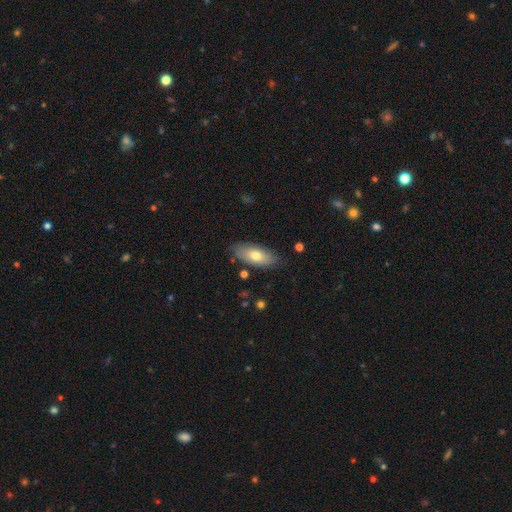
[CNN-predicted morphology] Smooth or featured? Predicted: smooth (p=0.71). How rounded? Predicted: in between (p=0.84). Merging? Predicted: none (p=0.83).